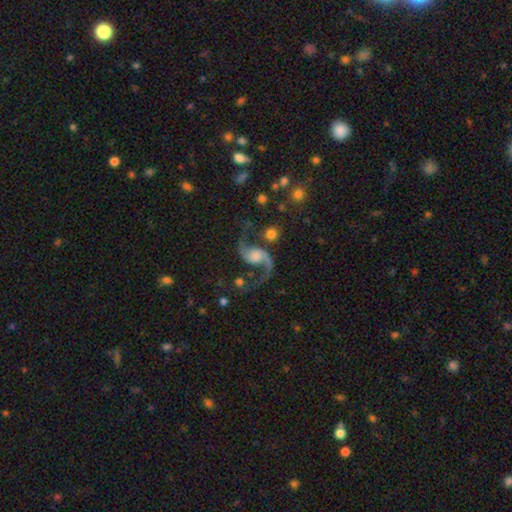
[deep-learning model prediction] Q: Smooth or featured?
A: featured or disk (91%); runner-up: star or artifact (5%)
Q: Edge-on disk?
A: no (98%); runner-up: yes (2%)
Q: Bar?
A: no (62%); runner-up: weak (29%)
Q: Spiral arms?
A: yes (98%); runner-up: no (2%)
Q: Spiral winding?
A: loose (72%); runner-up: medium (25%)
Q: Spiral arm count?
A: 2 (93%); runner-up: 1 (3%)
Q: Bulge size?
A: large (28%); runner-up: moderate (27%)
Q: Merging?
A: none (74%); runner-up: minor disturbance (13%)